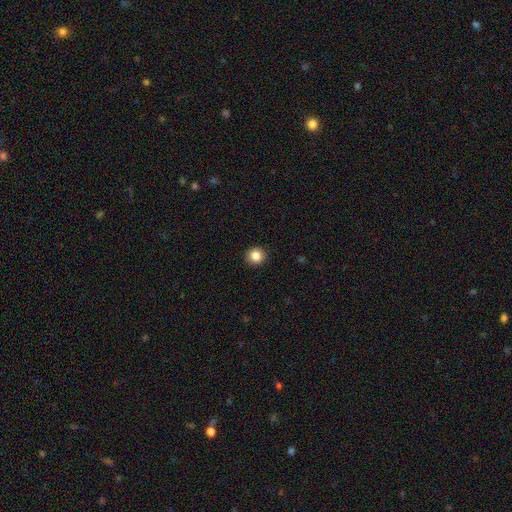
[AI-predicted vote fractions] Q: Smooth or featured?
A: smooth (86%); runner-up: star or artifact (10%)
Q: How rounded?
A: round (89%); runner-up: in between (10%)
Q: Merging?
A: none (91%); runner-up: minor disturbance (6%)